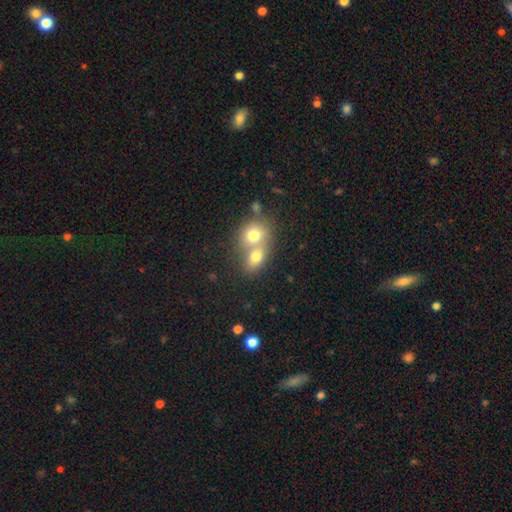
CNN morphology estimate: Q: Smooth or featured?
A: smooth (72%); runner-up: featured or disk (18%)
Q: How rounded?
A: round (50%); runner-up: in between (49%)
Q: Merging?
A: merger (70%); runner-up: none (22%)